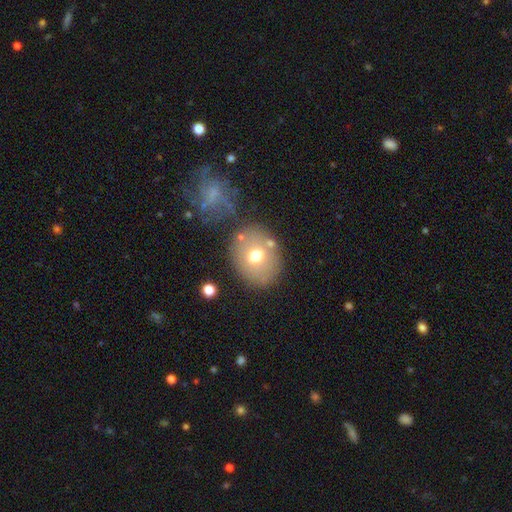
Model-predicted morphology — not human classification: Smooth or featured? Predicted: smooth (p=0.66). How rounded? Predicted: round (p=0.59). Merging? Predicted: none (p=0.74).